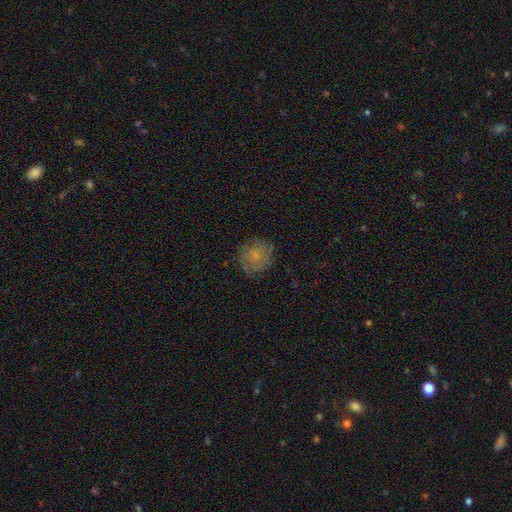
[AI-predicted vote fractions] This is likely a smooth galaxy (68%). How rounded: clearly round (87%). Merging: likely none (78%).